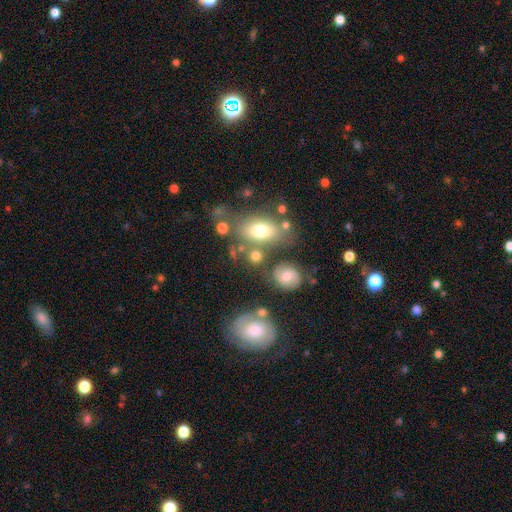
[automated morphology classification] Overall: smooth (69%). How rounded: in between (59%; round 37%). Merging: none (56%; merger 20%).